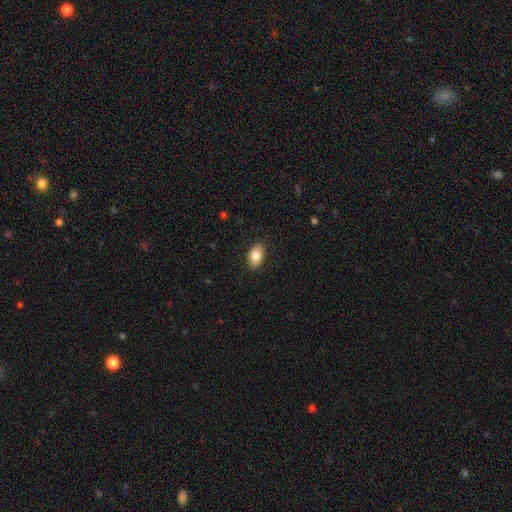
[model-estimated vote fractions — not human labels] Smooth or featured: smooth — 83% (featured or disk — 10%)
How rounded: in between — 91% (round — 7%)
Merging: none — 86% (minor disturbance — 10%)